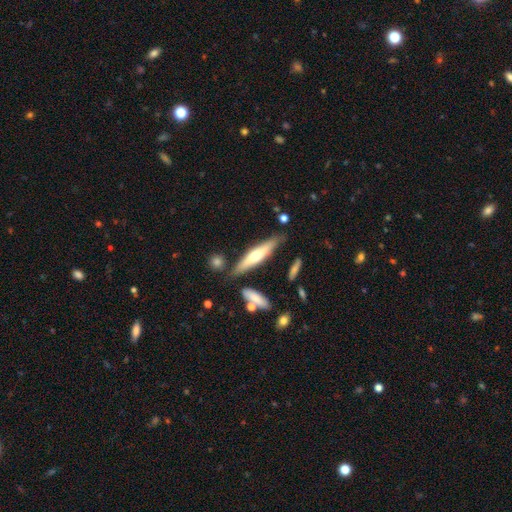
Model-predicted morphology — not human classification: Smooth or featured? smooth (47%, tied with featured or disk)
Merging? none (77%)